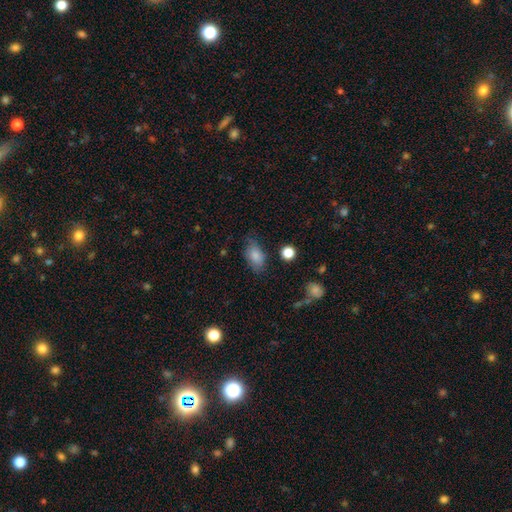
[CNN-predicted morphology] smooth 83%, featured or disk 9%, star or artifact 8%. Down the decision tree: how rounded — in between (88%); merging — none (67%).